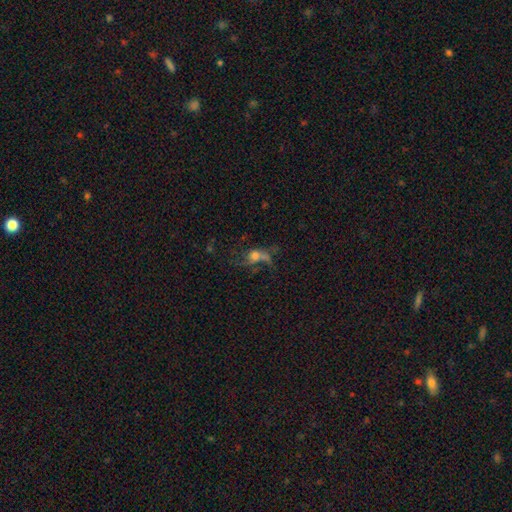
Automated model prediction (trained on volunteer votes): A featured or disk galaxy (48%).

Vote fractions:
- Smooth or featured? featured or disk: 48% / star or artifact: 28% / smooth: 24%
- Merging? none: 46% / major disturbance: 30% / minor disturbance: 17% / merger: 8%